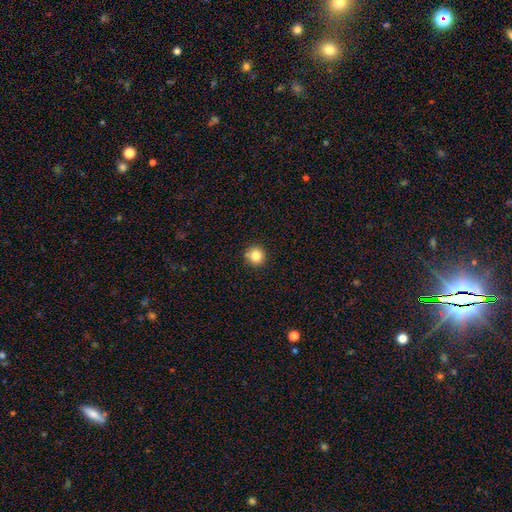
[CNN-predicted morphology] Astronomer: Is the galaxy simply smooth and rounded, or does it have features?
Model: smooth — 83%.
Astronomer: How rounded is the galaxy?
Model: round — 93%.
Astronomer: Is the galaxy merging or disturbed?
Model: none — 86%.